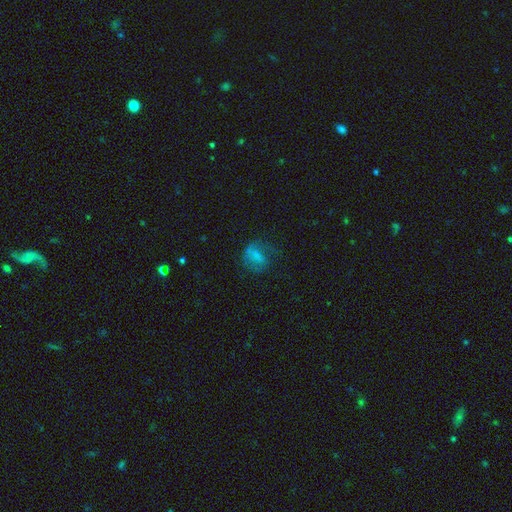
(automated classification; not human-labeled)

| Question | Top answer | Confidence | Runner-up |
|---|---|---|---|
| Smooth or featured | smooth | 57% | featured or disk (29%) |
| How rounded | in between | 52% | round (46%) |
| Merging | none | 45% | major disturbance (29%) |